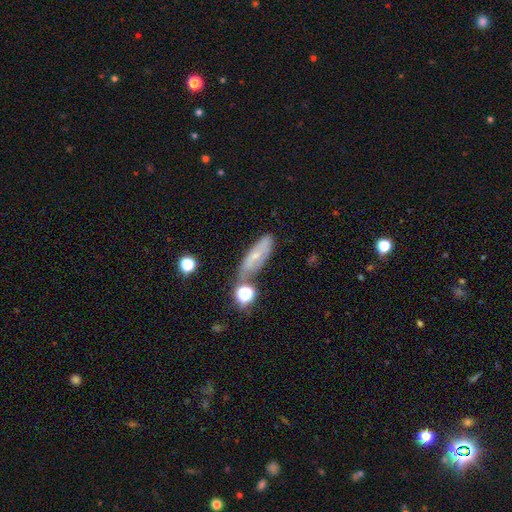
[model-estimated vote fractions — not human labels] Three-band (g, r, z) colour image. It shows a featured or disk galaxy (44%). Merging: none (59%).